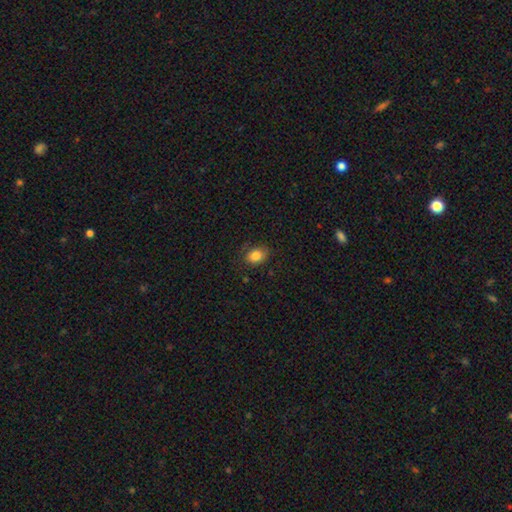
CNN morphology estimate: Q: Smooth or featured?
A: smooth (84%); runner-up: star or artifact (9%)
Q: How rounded?
A: in between (66%); runner-up: round (33%)
Q: Merging?
A: none (75%); runner-up: minor disturbance (18%)